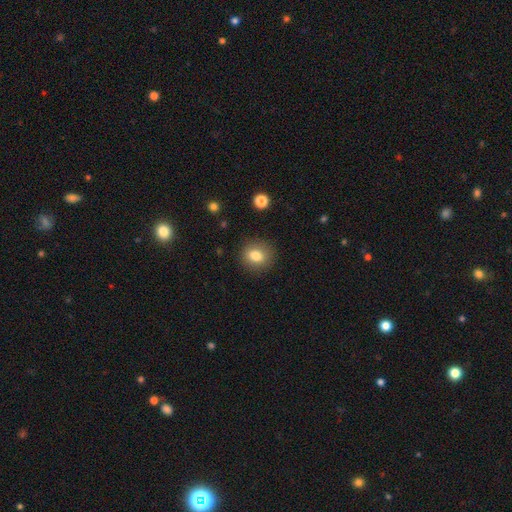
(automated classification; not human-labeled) Q: Smooth or featured?
A: smooth (81%); runner-up: star or artifact (10%)
Q: How rounded?
A: round (75%); runner-up: in between (24%)
Q: Merging?
A: none (87%); runner-up: minor disturbance (9%)